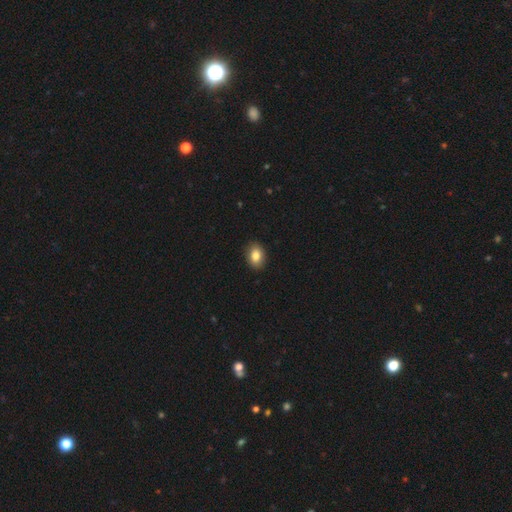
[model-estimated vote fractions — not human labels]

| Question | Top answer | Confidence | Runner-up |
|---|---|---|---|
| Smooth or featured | smooth | 84% | star or artifact (8%) |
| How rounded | in between | 76% | round (23%) |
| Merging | none | 90% | minor disturbance (8%) |